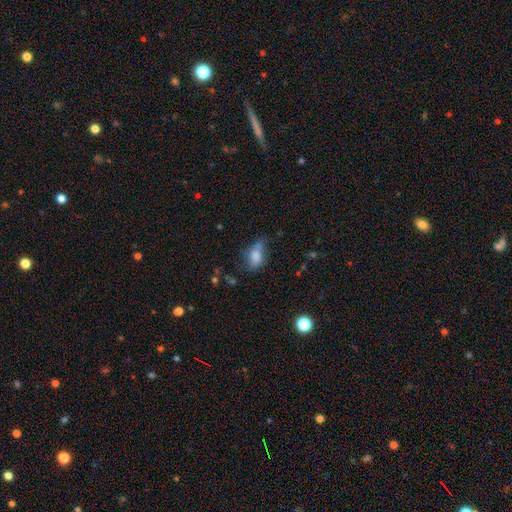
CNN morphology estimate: Smooth or featured? Predicted: smooth (p=0.77). How rounded? Predicted: in between (p=0.84). Merging? Predicted: none (p=0.42).